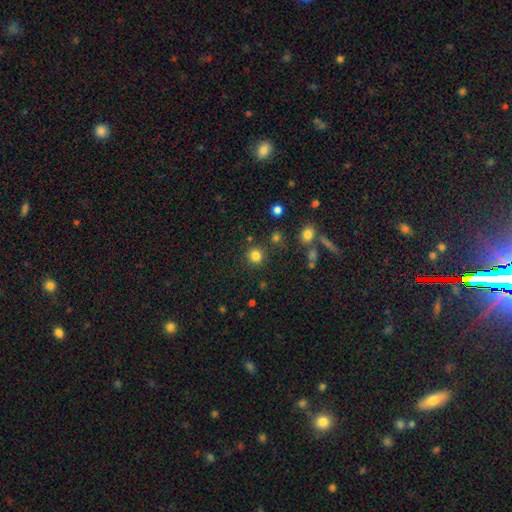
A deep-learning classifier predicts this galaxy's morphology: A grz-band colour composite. It shows a smooth galaxy with no disk features (81%) that is round (92%). Merging: none (86%).